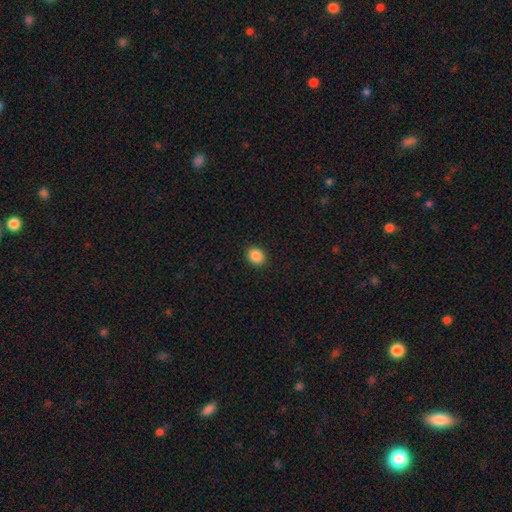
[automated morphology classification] Overall: smooth (88%). How rounded: round (60%; in between 39%). Merging: none (91%).